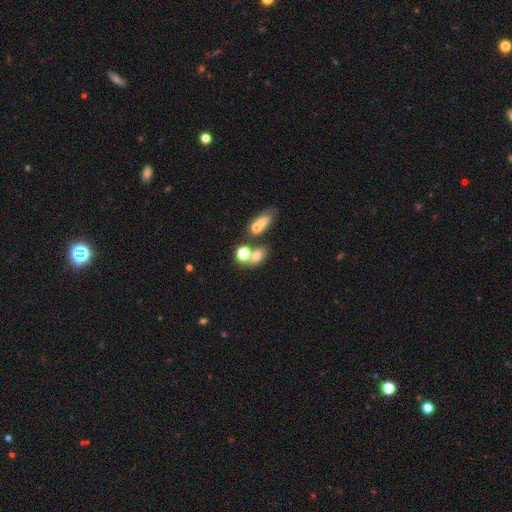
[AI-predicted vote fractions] smooth_or_featured: smooth (p=0.64) [alt: star or artifact p=0.19]
how_rounded: in between (p=0.57) [alt: round p=0.41]
merging: none (p=0.45) [alt: merger p=0.39]